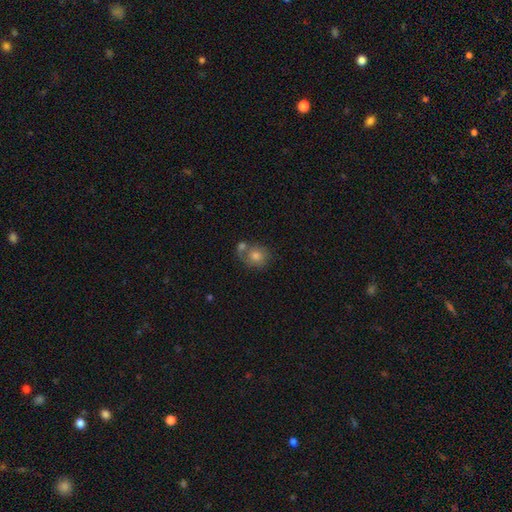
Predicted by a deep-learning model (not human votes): Smooth or featured?
  - smooth: 72% *
  - featured or disk: 19%
  - star or artifact: 10%
How rounded?
  - round: 76% *
  - in between: 23%
  - cigar-shaped: 1%
Merging?
  - none: 43% *
  - merger: 36%
  - minor disturbance: 14%
  - major disturbance: 7%